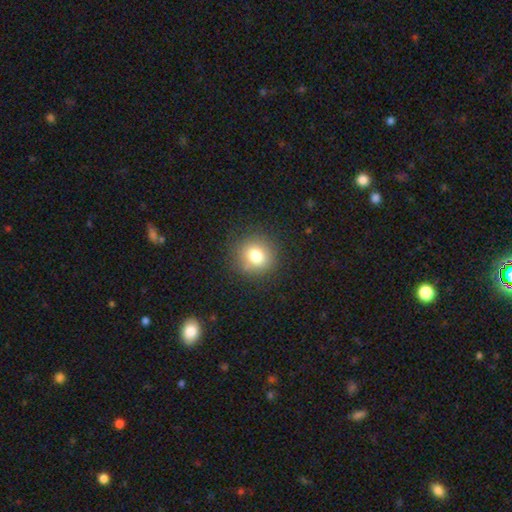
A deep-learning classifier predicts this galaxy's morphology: This is likely a smooth galaxy (79%). How rounded: clearly round (89%). Merging: clearly none (86%).